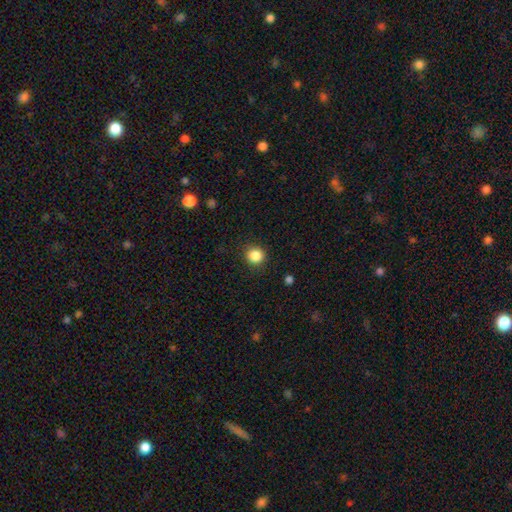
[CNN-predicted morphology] Smooth or featured?
  - smooth: 86% *
  - star or artifact: 10%
  - featured or disk: 3%
How rounded?
  - round: 91% *
  - in between: 8%
  - cigar-shaped: 1%
Merging?
  - none: 89% *
  - minor disturbance: 7%
  - major disturbance: 2%
  - merger: 1%